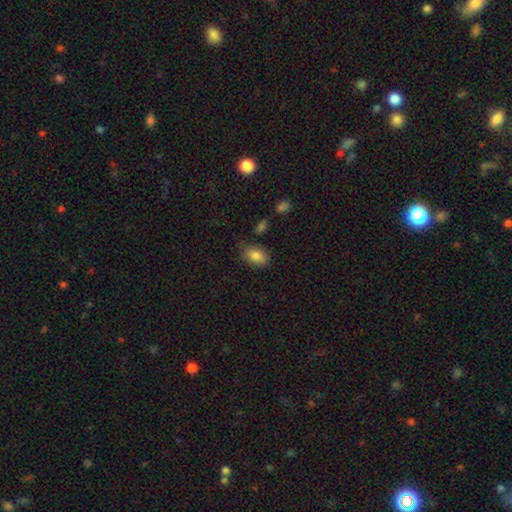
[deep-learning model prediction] The model was most divided on "merging": none: 76%, minor disturbance: 18%, major disturbance: 4%, merger: 3%. More confident: how rounded — in between (87%); smooth or featured — smooth (84%).